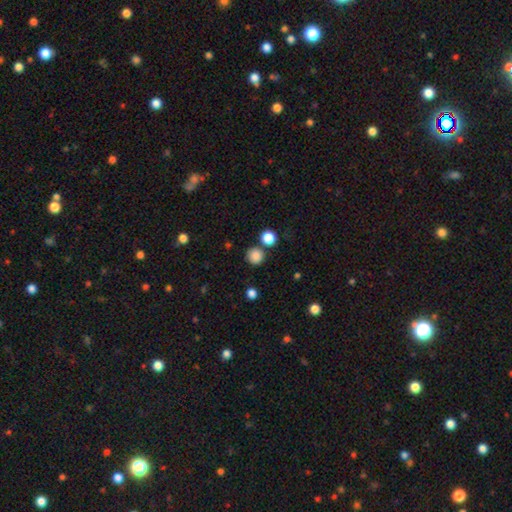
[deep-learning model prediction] Morphology: type=smooth (85%); roundness=round (93%); merging=none (80%).